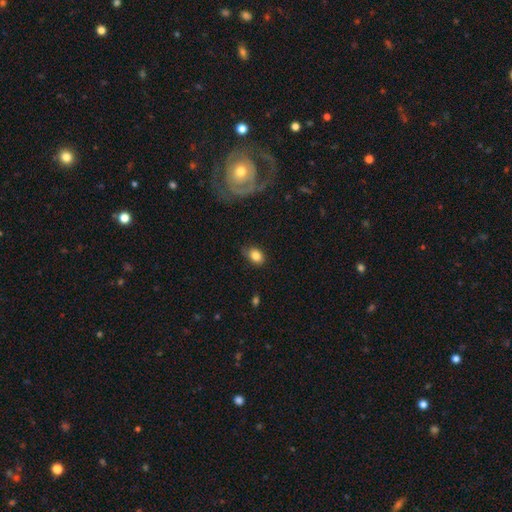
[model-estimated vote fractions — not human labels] Smooth or featured? Predicted: smooth (p=0.83). How rounded? Predicted: in between (p=0.75). Merging? Predicted: none (p=0.66).